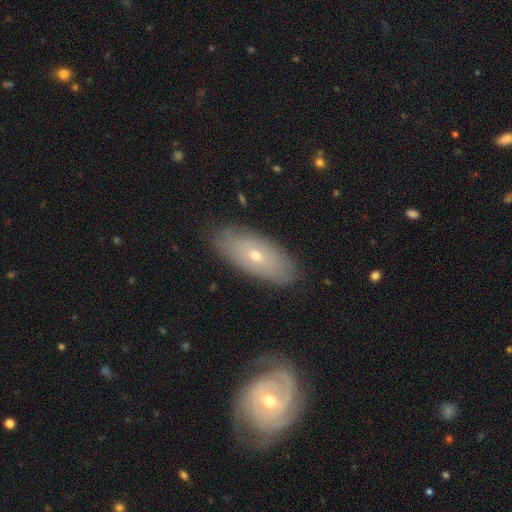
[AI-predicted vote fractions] Smooth or featured? Predicted: smooth (p=0.47). Merging? Predicted: none (p=0.84).